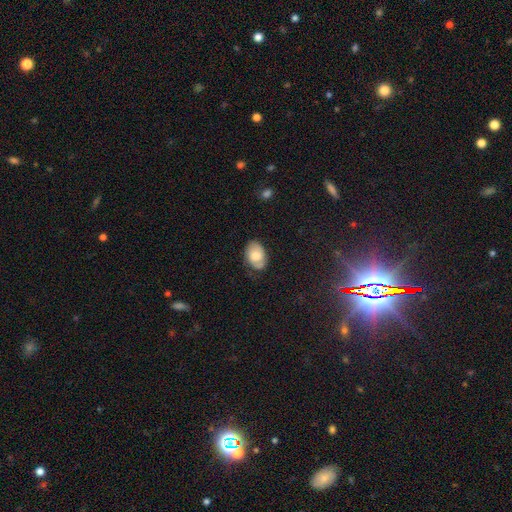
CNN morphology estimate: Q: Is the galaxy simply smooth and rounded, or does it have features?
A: smooth — 61%.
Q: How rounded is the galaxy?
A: in between — 86%.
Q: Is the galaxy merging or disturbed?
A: none — 67%.